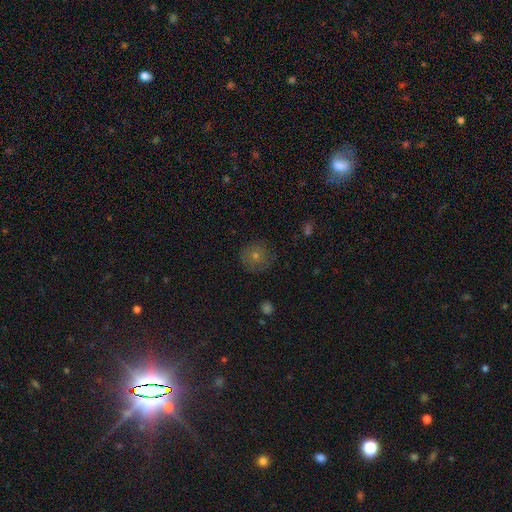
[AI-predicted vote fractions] A smooth galaxy with no disk features (55%) that is round (92%). Merging: none (84%).